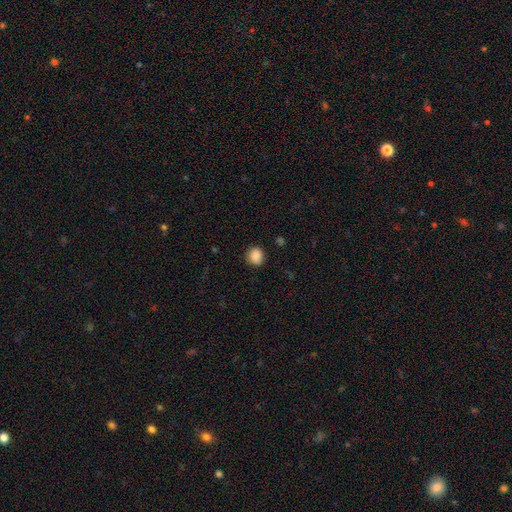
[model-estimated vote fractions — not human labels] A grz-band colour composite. It shows a smooth galaxy with no disk features (88%) that is round (81%). Merging: none (85%).